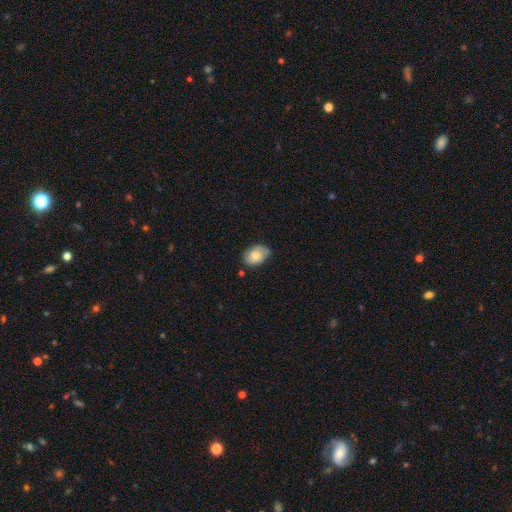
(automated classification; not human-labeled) This appears to be a smooth galaxy with no disk features (80%) that is in between round and cigar-shaped (81%). Merging: none (65%).